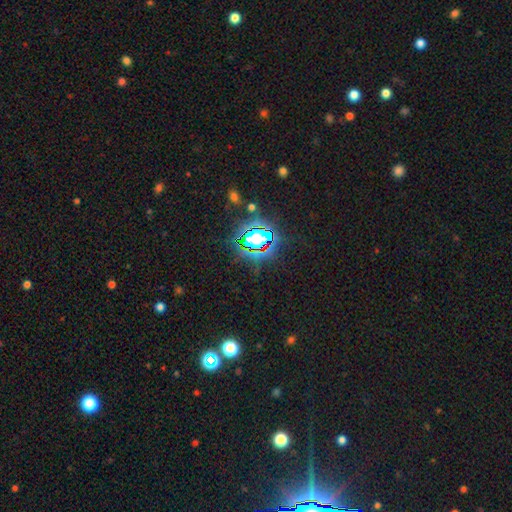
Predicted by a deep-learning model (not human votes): Smooth or featured?
  - star or artifact: 81% *
  - smooth: 11%
  - featured or disk: 7%